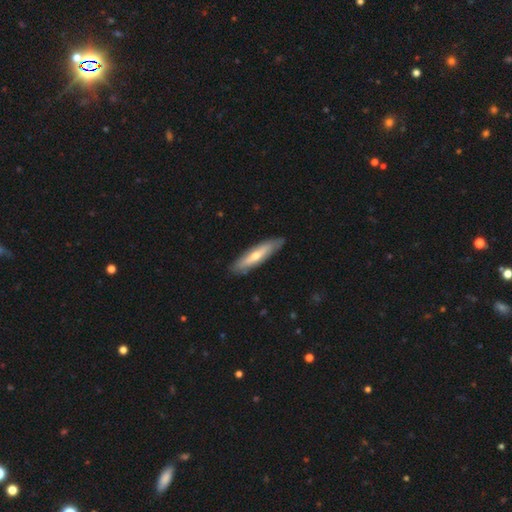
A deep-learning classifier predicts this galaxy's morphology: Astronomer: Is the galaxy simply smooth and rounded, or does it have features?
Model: smooth — 49% (runner-up: featured or disk, 46%).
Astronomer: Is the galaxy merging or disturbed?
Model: none — 85%.